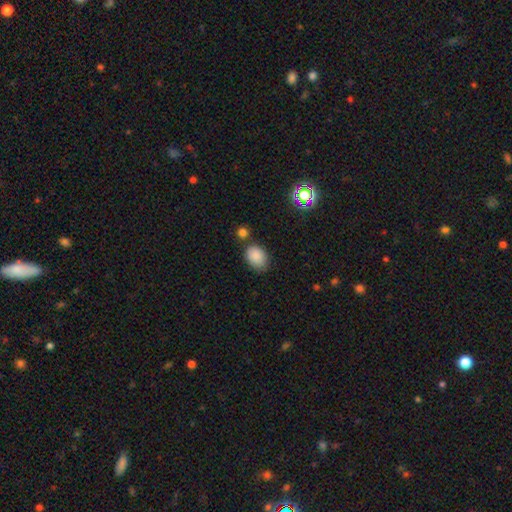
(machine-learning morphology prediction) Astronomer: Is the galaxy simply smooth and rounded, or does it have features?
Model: smooth — 85%.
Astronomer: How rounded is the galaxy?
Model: in between — 73%.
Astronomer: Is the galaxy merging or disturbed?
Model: none — 68%.